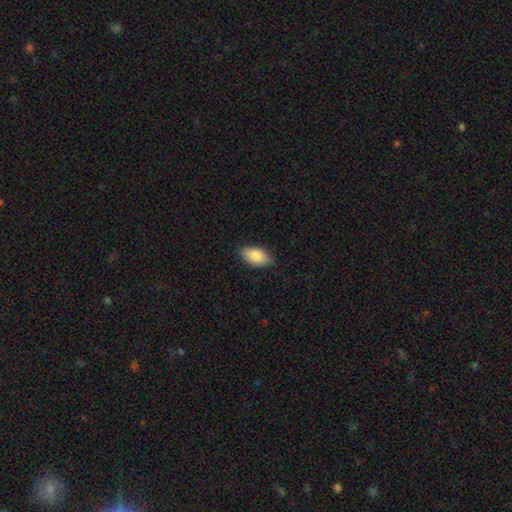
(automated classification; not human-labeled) smooth 87%, featured or disk 7%, star or artifact 6%. Down the decision tree: how rounded — in between (94%); merging — none (81%).